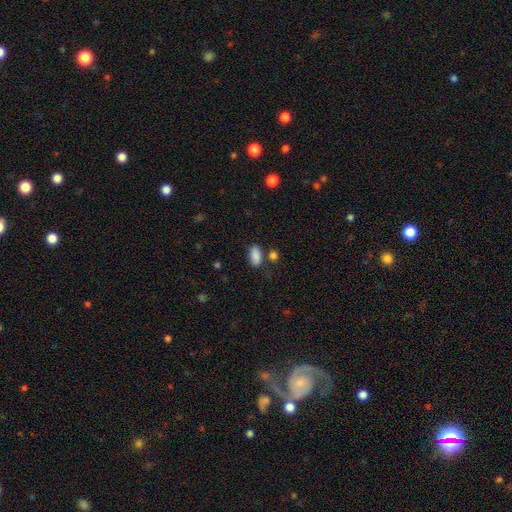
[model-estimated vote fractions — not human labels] The model was most divided on "merging": none: 73%, minor disturbance: 14%, merger: 8%, major disturbance: 4%. More confident: how rounded — in between (92%); smooth or featured — smooth (88%).